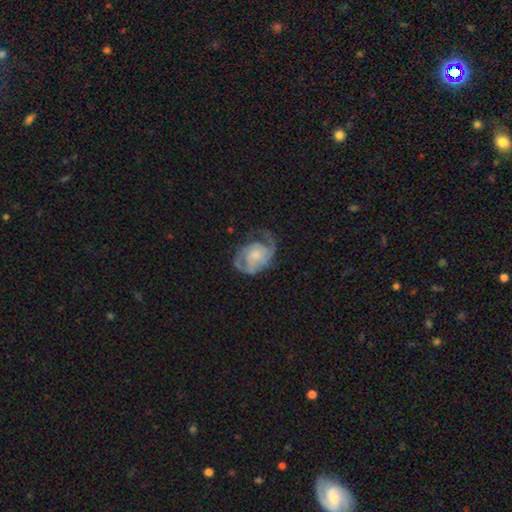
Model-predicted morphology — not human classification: This is likely a featured or disk galaxy (77%). It is clearly not viewed edge-on (98%). Bar: likely no (70%). Spiral arm pattern: clearly yes (90%). Spiral arm count: possibly 2 (52%). Spiral winding: marginally medium (43%). Central bulge: marginally small (43%). Merging: possibly none (48%).